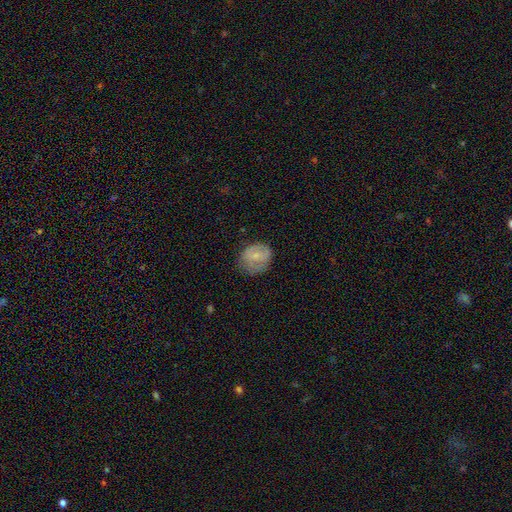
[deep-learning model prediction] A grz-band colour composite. It shows a smooth galaxy with no disk features (58%) that is round (59%). Merging: none (59%).